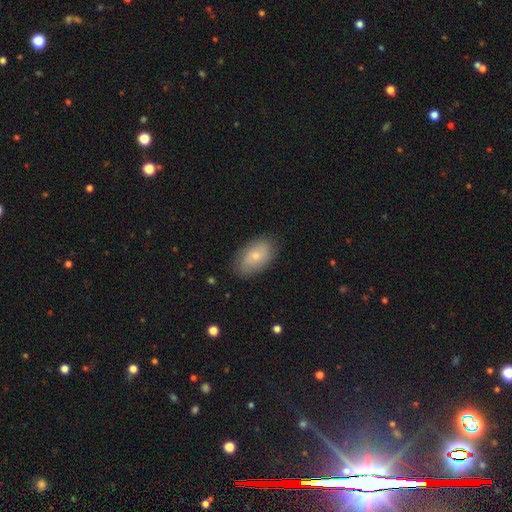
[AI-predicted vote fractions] Q: Smooth or featured?
A: smooth (66%); runner-up: featured or disk (28%)
Q: How rounded?
A: in between (92%); runner-up: round (6%)
Q: Merging?
A: none (83%); runner-up: minor disturbance (13%)